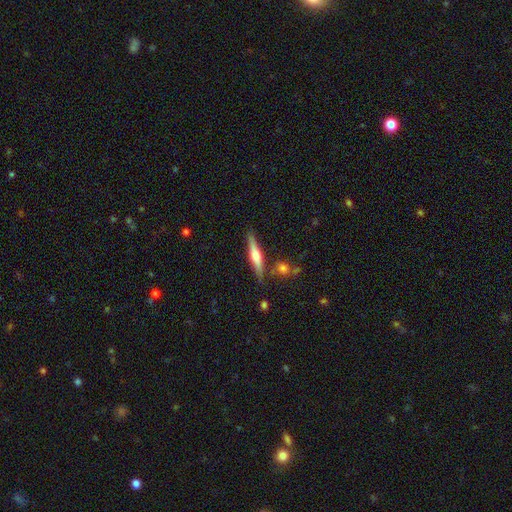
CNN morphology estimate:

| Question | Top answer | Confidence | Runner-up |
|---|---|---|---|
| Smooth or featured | featured or disk | 57% | smooth (36%) |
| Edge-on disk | yes | 96% | no (4%) |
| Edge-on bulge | rounded | 86% | boxy (8%) |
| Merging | none | 82% | minor disturbance (10%) |